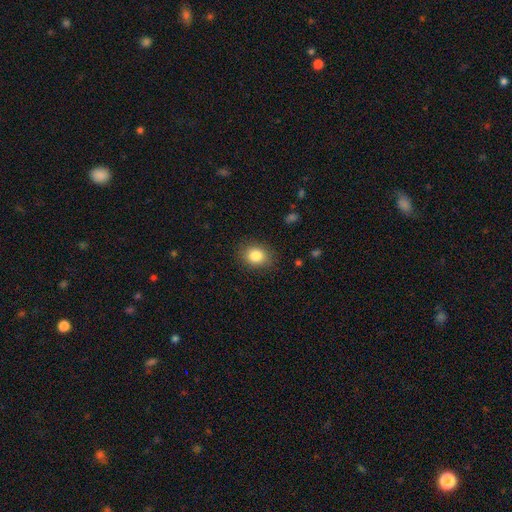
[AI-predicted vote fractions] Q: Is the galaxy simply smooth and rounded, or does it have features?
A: smooth — 83%.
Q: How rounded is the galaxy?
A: round — 57%.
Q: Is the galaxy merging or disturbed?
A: none — 86%.